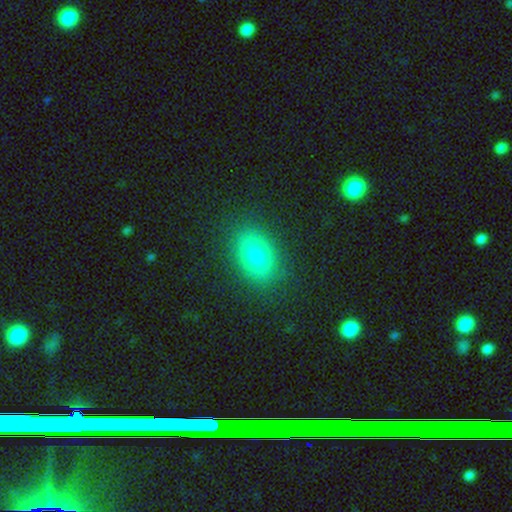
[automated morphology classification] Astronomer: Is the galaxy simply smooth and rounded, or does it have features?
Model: smooth — 77%.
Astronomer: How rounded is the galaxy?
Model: in between — 78%.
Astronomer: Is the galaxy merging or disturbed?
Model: none — 85%.